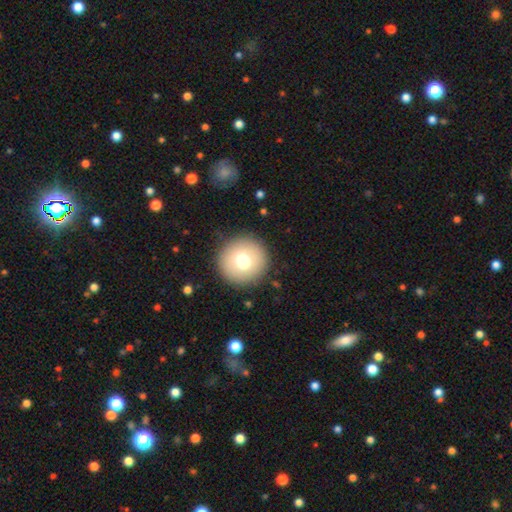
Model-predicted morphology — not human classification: Smooth or featured?
  - smooth: 73% *
  - featured or disk: 16%
  - star or artifact: 11%
How rounded?
  - round: 96% *
  - in between: 3%
  - cigar-shaped: 1%
Merging?
  - none: 91% *
  - minor disturbance: 6%
  - major disturbance: 2%
  - merger: 1%